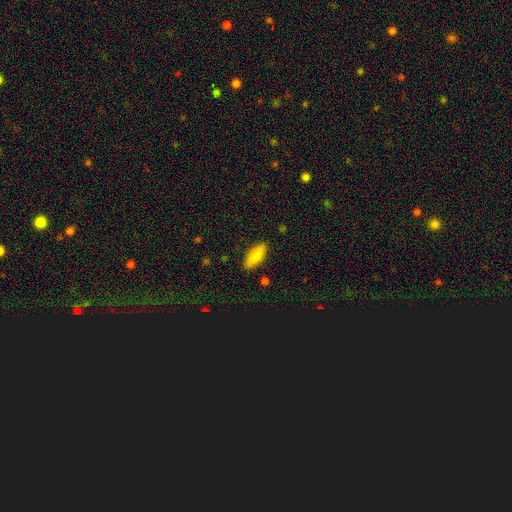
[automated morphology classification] A smooth galaxy with no disk features (86%) that is in between round and cigar-shaped (70%). Merging: none (88%).